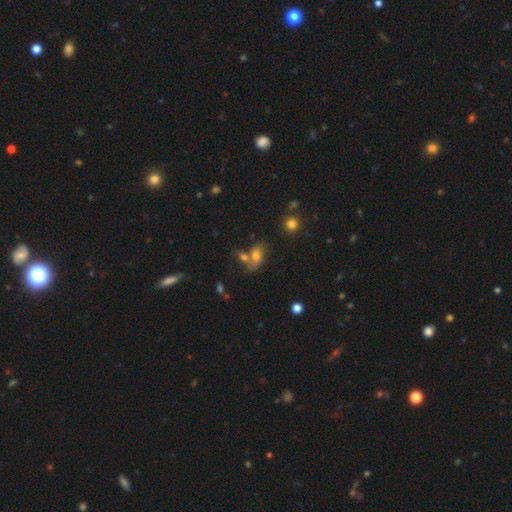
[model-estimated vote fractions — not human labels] This appears to be a smooth galaxy with no disk features (72%) that is in between round and cigar-shaped (78%). Merging: none (42%).